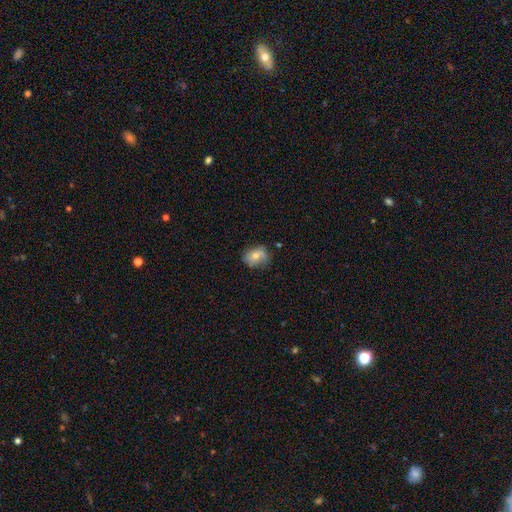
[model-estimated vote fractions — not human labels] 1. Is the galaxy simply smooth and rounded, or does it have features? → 57% smooth, 34% featured or disk, 9% star or artifact.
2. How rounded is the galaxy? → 55% in between, 44% round, 1% cigar-shaped.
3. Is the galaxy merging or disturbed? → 63% none, 27% minor disturbance, 8% major disturbance, 2% merger.